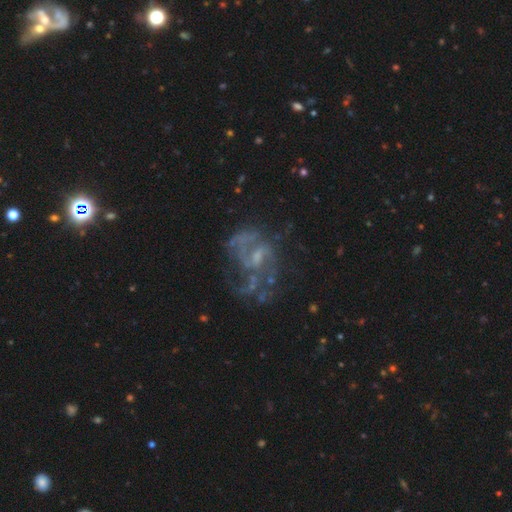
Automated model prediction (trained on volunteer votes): Overall: featured or disk (79%). Edge-on disk: no (98%). Bar: weak (47%; no 43%). Spiral arms: yes (79%). Spiral arm count: 2 (40%; can't tell 28%). Spiral winding: medium (44%; loose 38%). Bulge size: small (46%; moderate 27%). Merging: none (45%; major disturbance 32%).